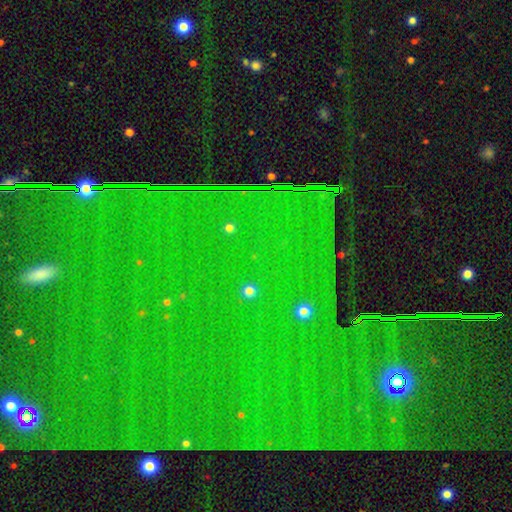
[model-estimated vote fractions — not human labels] Morphology: type=star or artifact (87%).